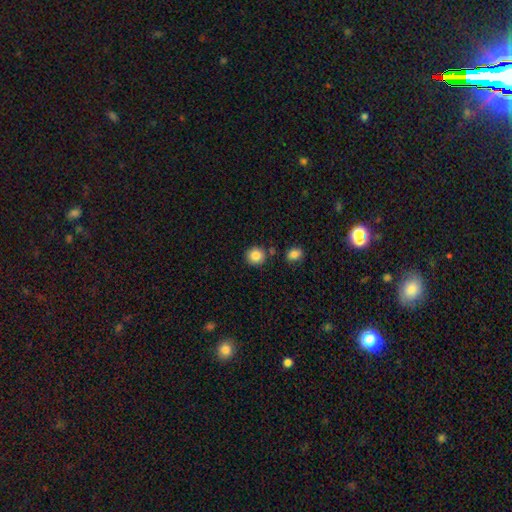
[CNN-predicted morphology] A smooth galaxy with no disk features (85%) that is round (91%). Merging: none (84%).